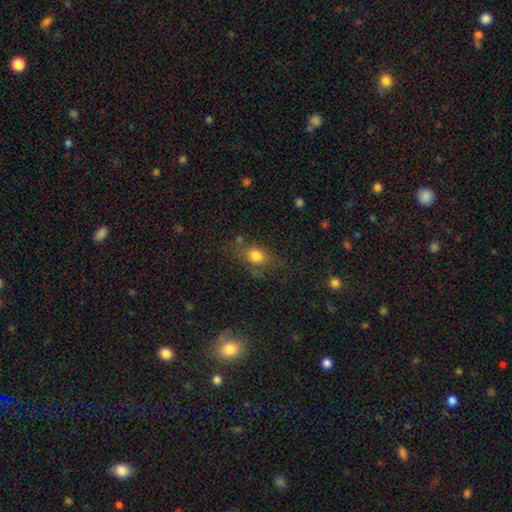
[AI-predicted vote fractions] Smooth or featured: smooth — 75% (featured or disk — 13%)
How rounded: in between — 56% (round — 39%)
Merging: none — 62% (minor disturbance — 22%)